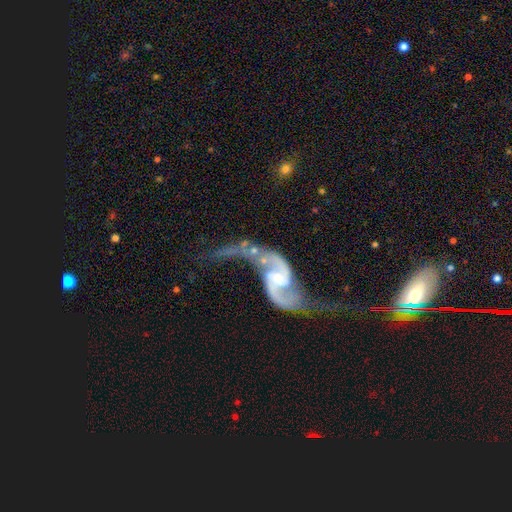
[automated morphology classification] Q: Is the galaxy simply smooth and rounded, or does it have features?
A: featured or disk — 91%.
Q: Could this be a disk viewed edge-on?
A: no — 96%.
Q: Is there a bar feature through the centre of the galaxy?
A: weak — 44%.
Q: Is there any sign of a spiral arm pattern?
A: yes — 97%.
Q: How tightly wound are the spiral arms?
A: loose — 75%.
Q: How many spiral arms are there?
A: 2 — 93%.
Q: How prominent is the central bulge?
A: small — 52%.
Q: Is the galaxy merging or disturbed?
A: none — 44%.